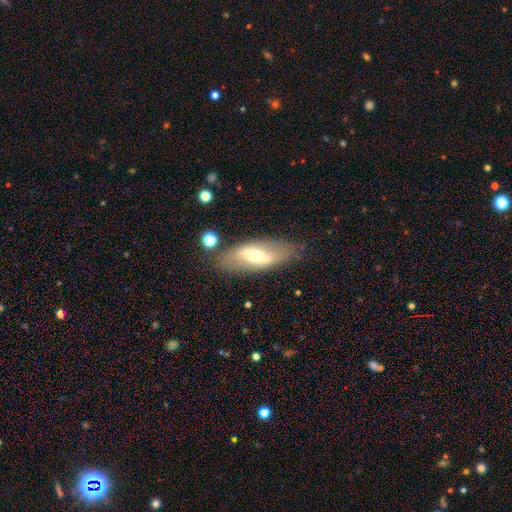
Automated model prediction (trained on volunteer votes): The model was most divided on "smooth or featured": featured or disk: 61%, smooth: 32%, star or artifact: 7%. More confident: merging — none (78%); edge-on disk — no (76%).